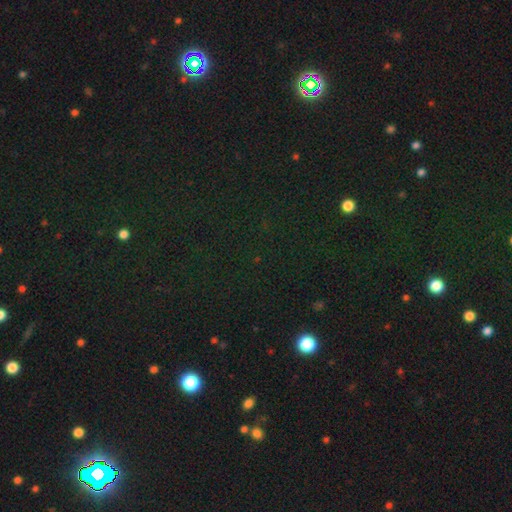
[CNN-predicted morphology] Smooth or featured: star or artifact — 75% (smooth — 17%)